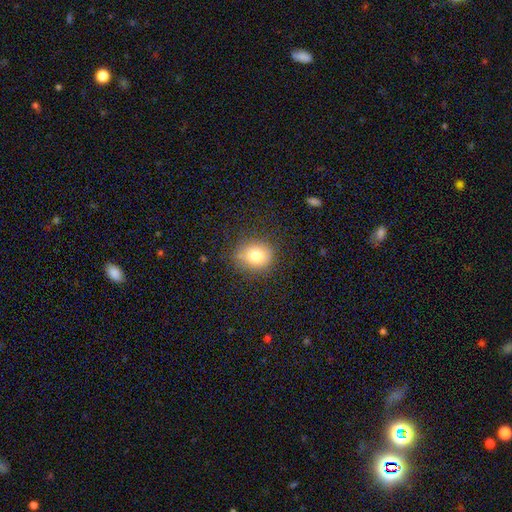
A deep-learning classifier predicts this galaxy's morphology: smooth 78%, star or artifact 12%, featured or disk 11%. Down the decision tree: how rounded — round (77%); merging — none (80%).